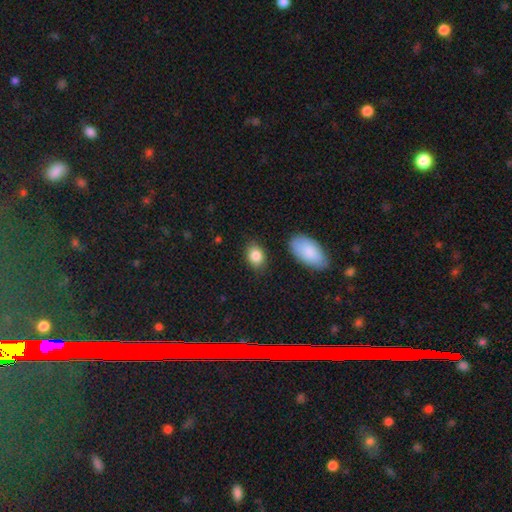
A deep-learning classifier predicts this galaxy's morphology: Smooth or featured: smooth — 85% (star or artifact — 8%)
How rounded: in between — 73% (round — 26%)
Merging: none — 83% (minor disturbance — 11%)